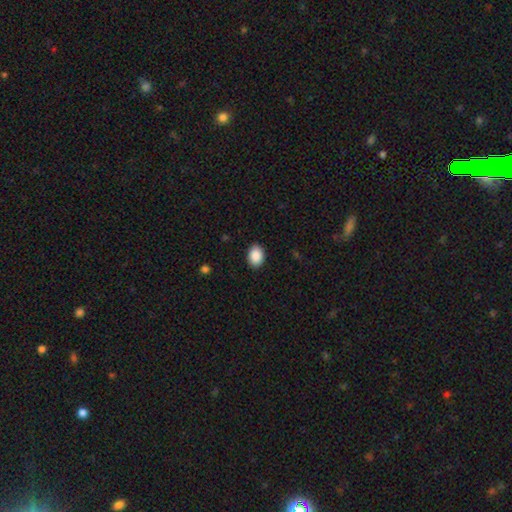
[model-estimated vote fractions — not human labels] Overall: smooth (90%). How rounded: in between (78%). Merging: none (90%).